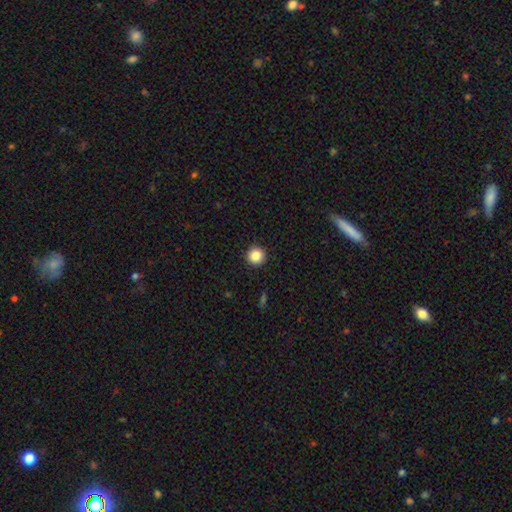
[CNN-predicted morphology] smooth 85%, star or artifact 10%, featured or disk 4%. Down the decision tree: how rounded — round (96%); merging — none (93%).